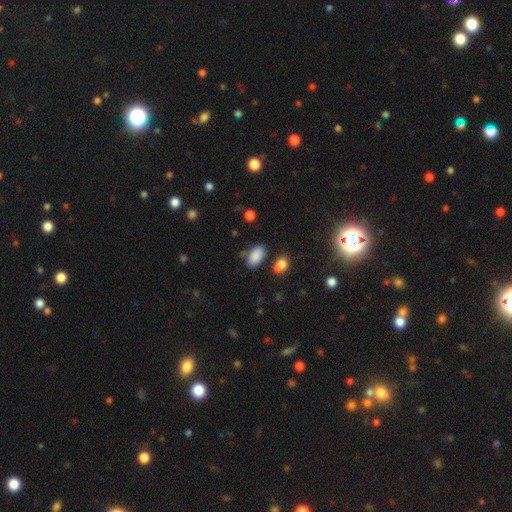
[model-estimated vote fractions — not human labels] A smooth galaxy with no disk features (86%) that is in between round and cigar-shaped (93%).

Vote fractions:
- Smooth or featured? smooth: 86% / star or artifact: 9% / featured or disk: 5%
- How rounded? in between: 93% / round: 5% / cigar-shaped: 2%
- Merging? none: 71% / minor disturbance: 15% / merger: 9% / major disturbance: 4%